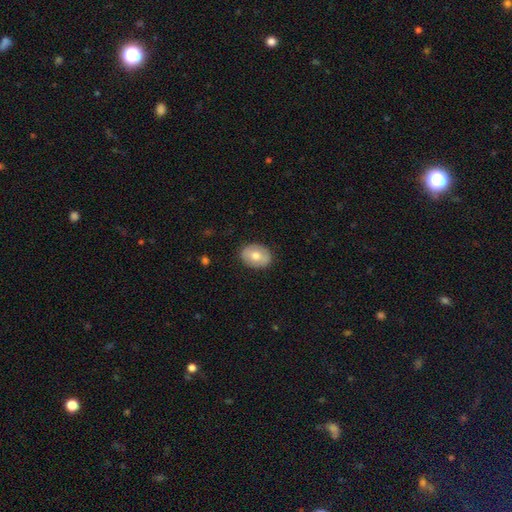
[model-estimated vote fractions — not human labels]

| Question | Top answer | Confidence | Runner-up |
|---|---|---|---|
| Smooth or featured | smooth | 68% | featured or disk (26%) |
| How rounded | in between | 65% | round (35%) |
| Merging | none | 87% | minor disturbance (10%) |